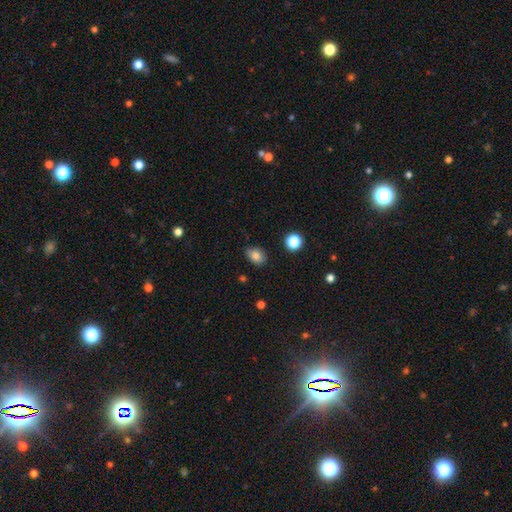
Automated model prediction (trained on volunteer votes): Morphology: type=smooth (82%); roundness=in between (72%); merging=none (78%).